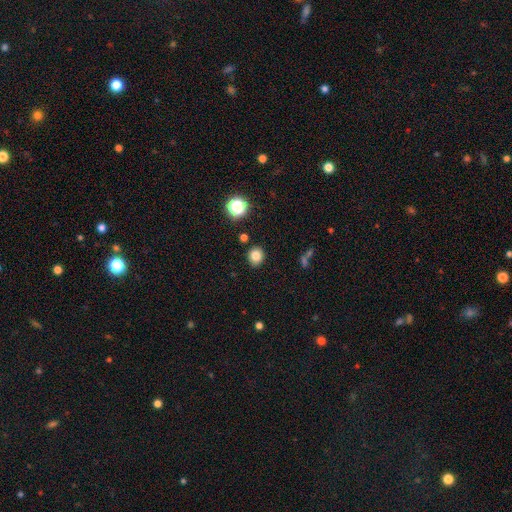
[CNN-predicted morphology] This appears to be a smooth galaxy with no disk features (81%) that is round (79%). Merging: none (87%).